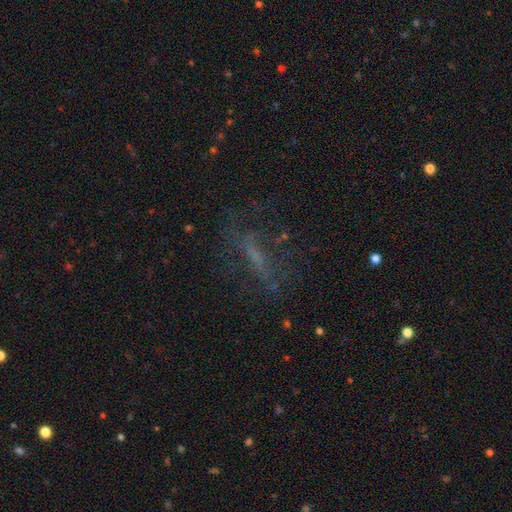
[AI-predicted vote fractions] The model was most divided on "smooth or featured": featured or disk: 43%, smooth: 32%, star or artifact: 25%. More confident: merging — none (61%).